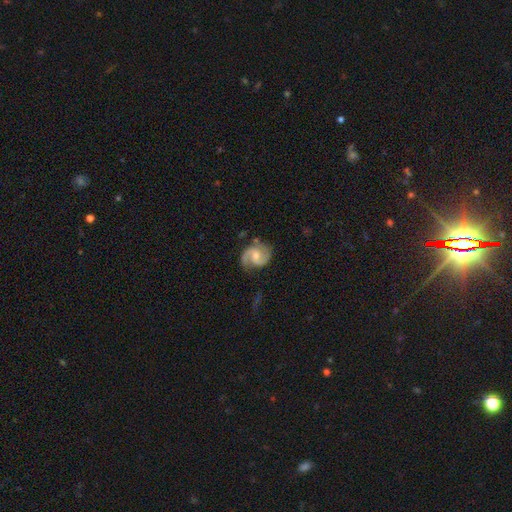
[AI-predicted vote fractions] smooth_or_featured: featured or disk (p=0.89) [alt: smooth p=0.07]
disk_edge_on: no (p=0.98) [alt: yes p=0.02]
bar: no (p=0.49) [alt: weak p=0.43]
has_spiral_arms: yes (p=0.98) [alt: no p=0.02]
spiral_winding: medium (p=0.57) [alt: tight p=0.22]
spiral_arm_count: 2 (p=0.92) [alt: can't tell p=0.02]
bulge_size: moderate (p=0.53) [alt: small p=0.39]
merging: none (p=0.75) [alt: minor disturbance p=0.17]